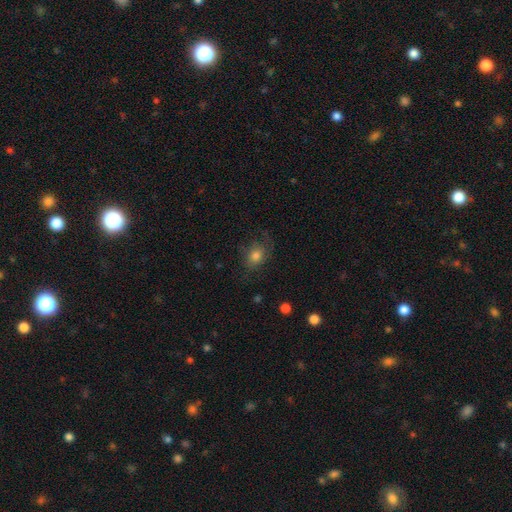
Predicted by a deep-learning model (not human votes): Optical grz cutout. It shows a smooth galaxy with no disk features (72%) that is in between round and cigar-shaped (50%). Merging: none (64%).